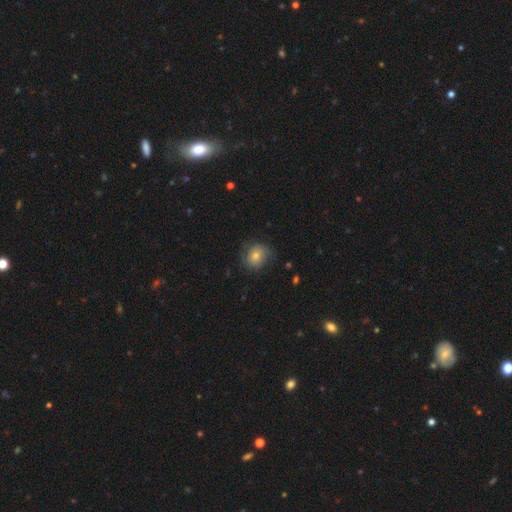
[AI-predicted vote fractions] This is likely a smooth galaxy (66%). How rounded: likely round (72%). Merging: likely none (63%).